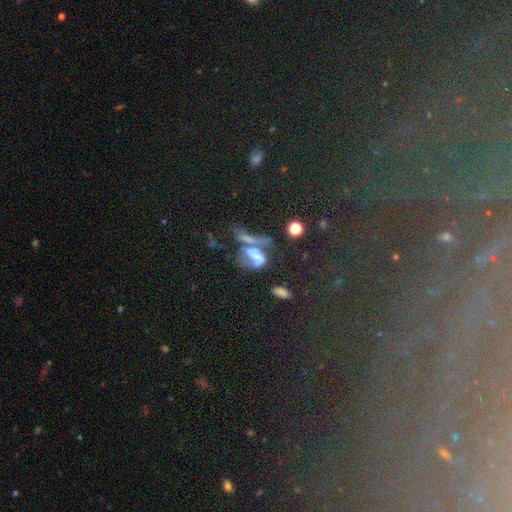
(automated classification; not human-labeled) Morphology: type=featured or disk (53%); edge-on=no (94%); merging=merger (45%).